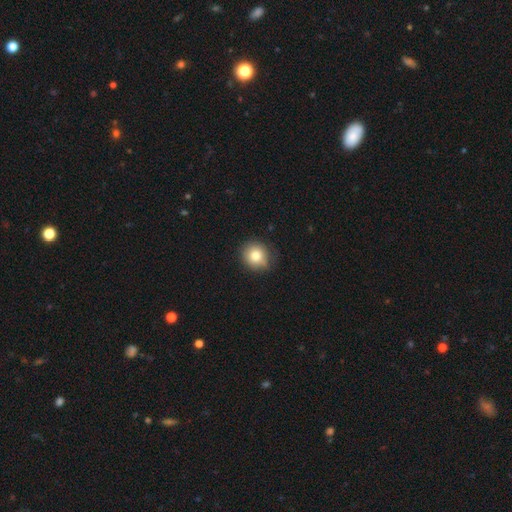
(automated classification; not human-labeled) smooth 80%, star or artifact 10%, featured or disk 10%. Down the decision tree: how rounded — round (86%); merging — none (82%).